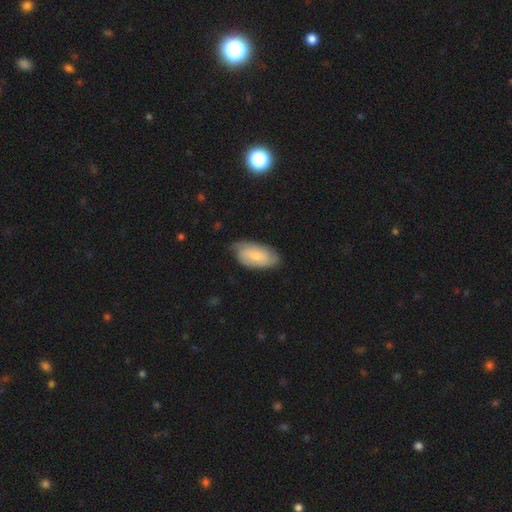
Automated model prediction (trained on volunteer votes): smooth 55%, featured or disk 39%, star or artifact 6%. Down the decision tree: how rounded — in between (92%); merging — none (67%).